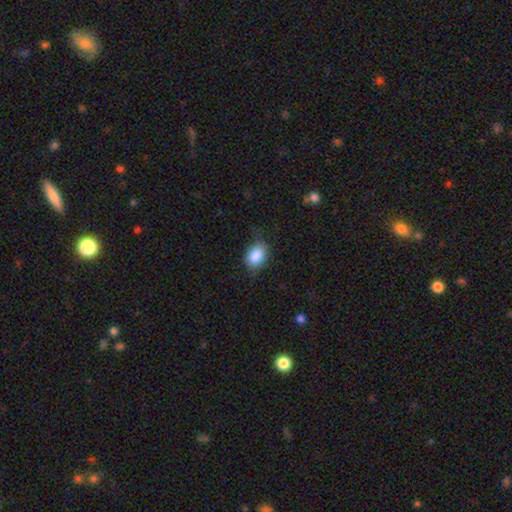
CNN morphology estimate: This is clearly a smooth galaxy (87%). How rounded: likely in between (78%). Merging: likely none (73%).